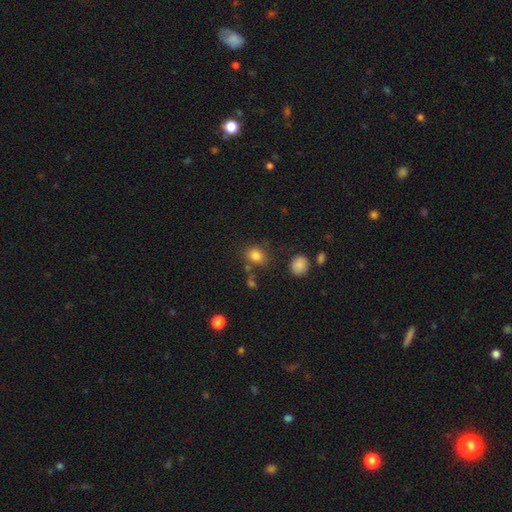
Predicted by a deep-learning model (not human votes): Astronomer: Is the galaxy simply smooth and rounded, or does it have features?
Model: smooth — 81%.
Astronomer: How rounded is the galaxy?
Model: round — 52% (runner-up: in between, 47%).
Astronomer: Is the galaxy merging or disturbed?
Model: none — 73%.